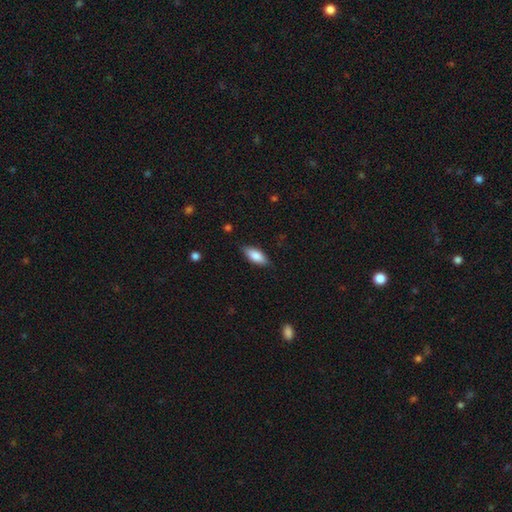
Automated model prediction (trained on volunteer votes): This is clearly a smooth galaxy (81%). How rounded: clearly in between (81%). Merging: clearly none (83%).